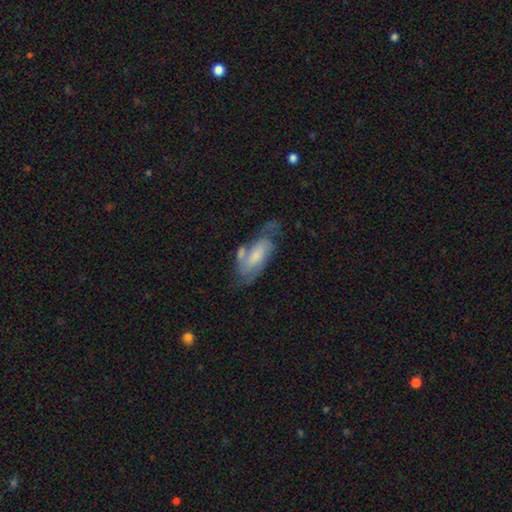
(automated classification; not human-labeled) Overall: featured or disk (60%; smooth 33%). Edge-on disk: no (91%). Bar: no (52%; weak 36%). Spiral arms: yes (85%). Bulge size: small (48%; moderate 31%). Merging: none (40%; minor disturbance 24%).